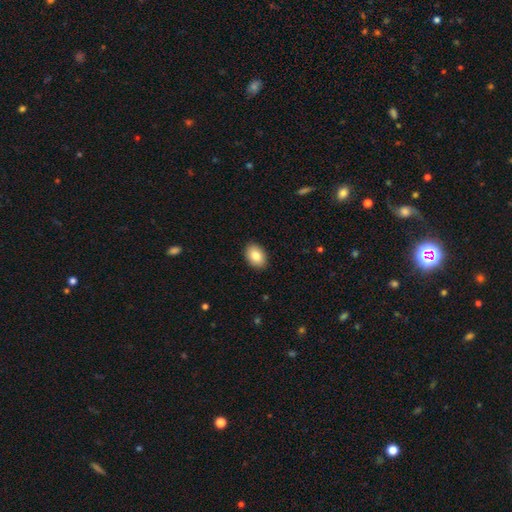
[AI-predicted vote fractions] A smooth galaxy with no disk features (85%) that is in between round and cigar-shaped (80%).

Vote fractions:
- Smooth or featured? smooth: 85% / featured or disk: 8% / star or artifact: 7%
- How rounded? in between: 80% / round: 19% / cigar-shaped: 1%
- Merging? none: 89% / minor disturbance: 8% / major disturbance: 2% / merger: 1%